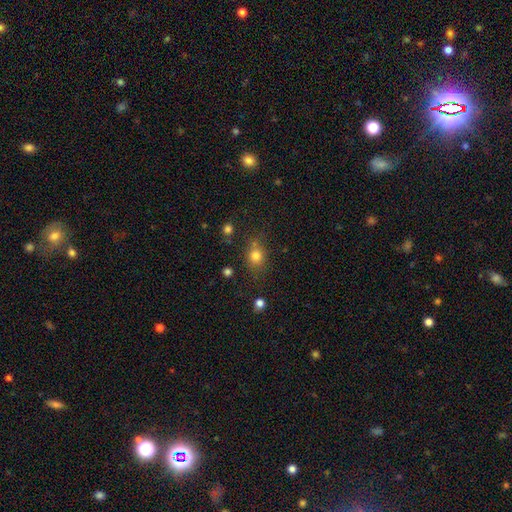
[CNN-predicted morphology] smooth_or_featured: smooth (p=0.79) [alt: star or artifact p=0.13]
how_rounded: round (p=0.63) [alt: in between p=0.36]
merging: none (p=0.68) [alt: minor disturbance p=0.17]